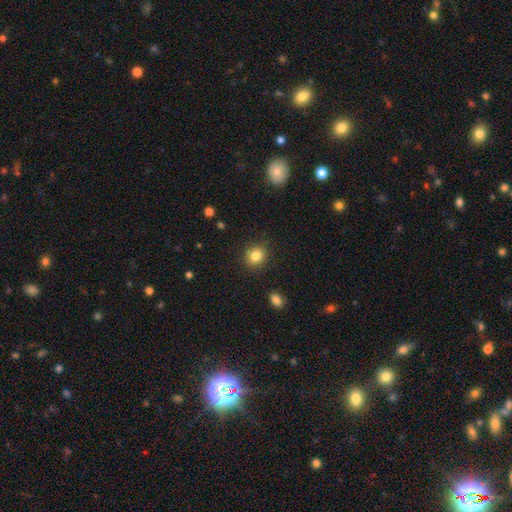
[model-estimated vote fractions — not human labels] This appears to be a smooth galaxy with no disk features (84%) that is round (82%). Merging: none (89%).